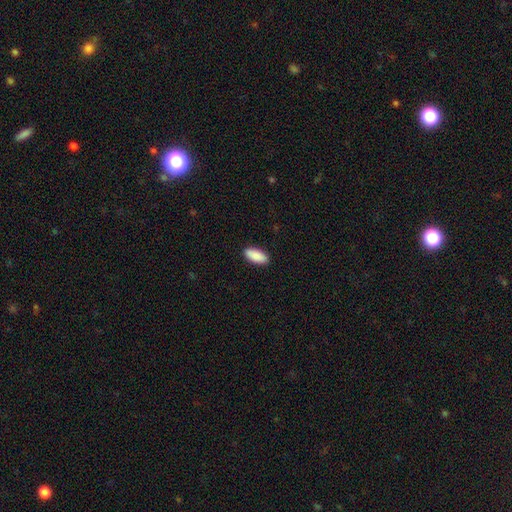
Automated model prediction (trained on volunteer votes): This is clearly a smooth galaxy (90%). How rounded: clearly in between (89%). Merging: clearly none (90%).